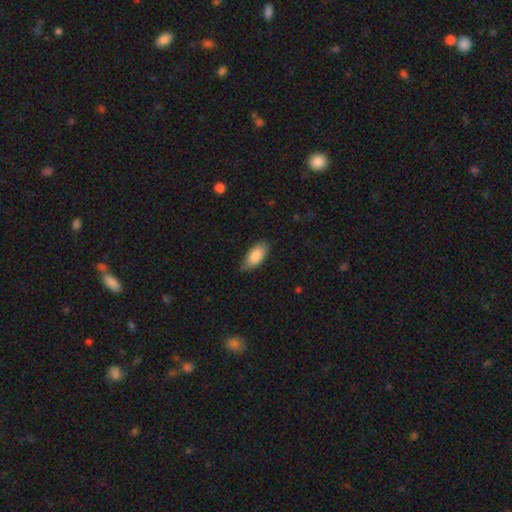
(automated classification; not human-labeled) Overall: smooth (85%). How rounded: in between (88%). Merging: none (73%).